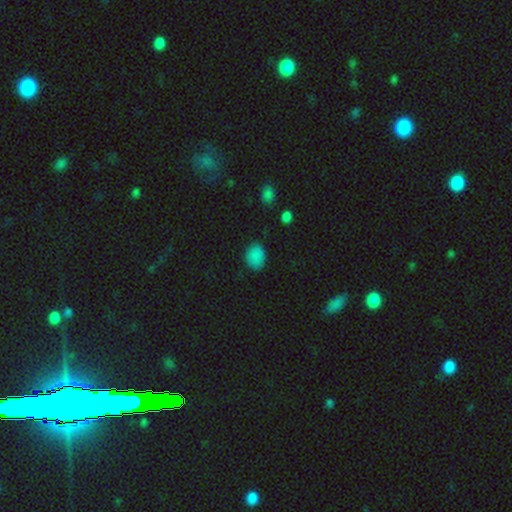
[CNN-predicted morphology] This is clearly a smooth galaxy (84%). How rounded: likely in between (61%). Merging: clearly none (82%).